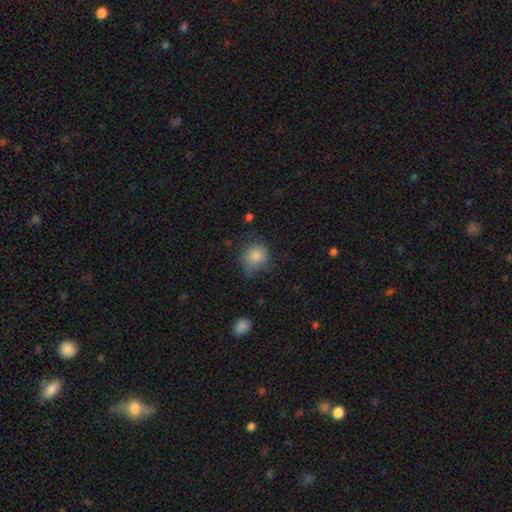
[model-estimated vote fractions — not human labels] Smooth or featured? smooth (81%)
How rounded? round (76%)
Merging? none (55%)